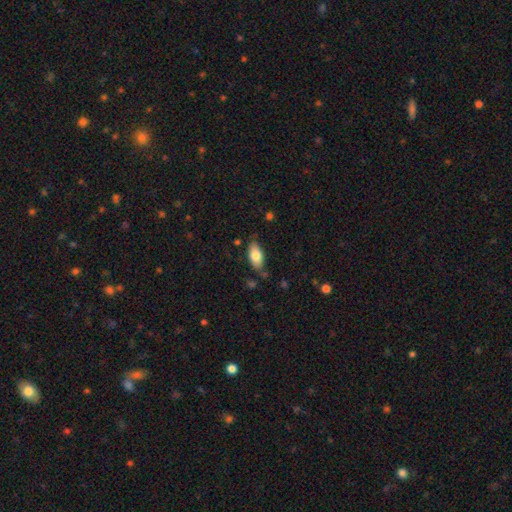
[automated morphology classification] smooth-or-featured: smooth: 79% | featured or disk: 15% | star or artifact: 7%
  how-rounded: in between: 91% | cigar-shaped: 6% | round: 3%
  merging: none: 77% | minor disturbance: 17% | major disturbance: 3% | merger: 3%